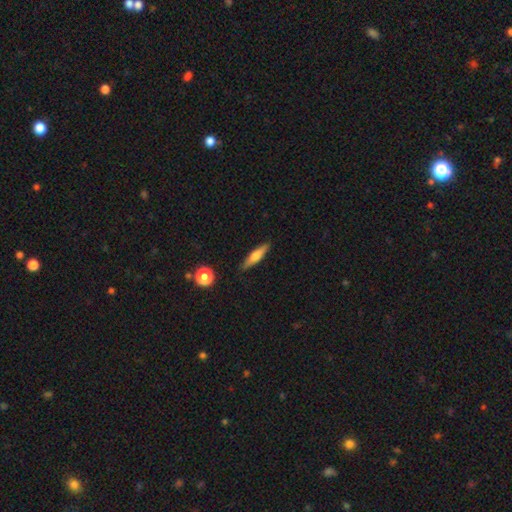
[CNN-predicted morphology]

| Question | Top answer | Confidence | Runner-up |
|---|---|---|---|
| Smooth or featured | smooth | 56% | featured or disk (38%) |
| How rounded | cigar-shaped | 79% | in between (19%) |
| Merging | none | 88% | minor disturbance (9%) |